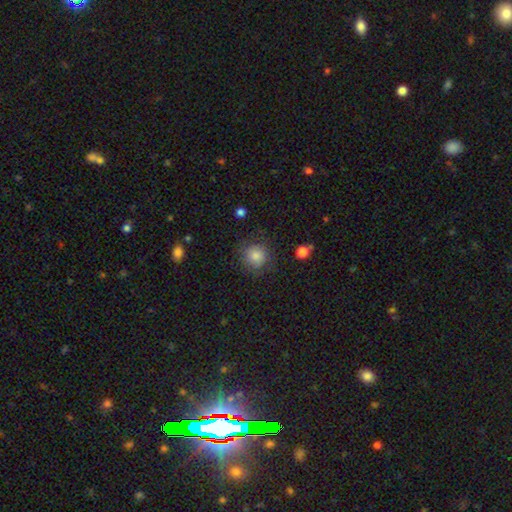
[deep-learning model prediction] Smooth or featured? Predicted: smooth (p=0.82). How rounded? Predicted: round (p=0.91). Merging? Predicted: none (p=0.82).